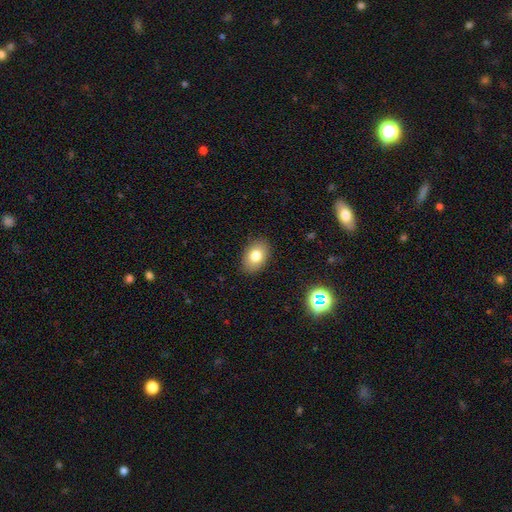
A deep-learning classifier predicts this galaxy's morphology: This is likely a smooth galaxy (79%). How rounded: clearly in between (80%). Merging: clearly none (88%).